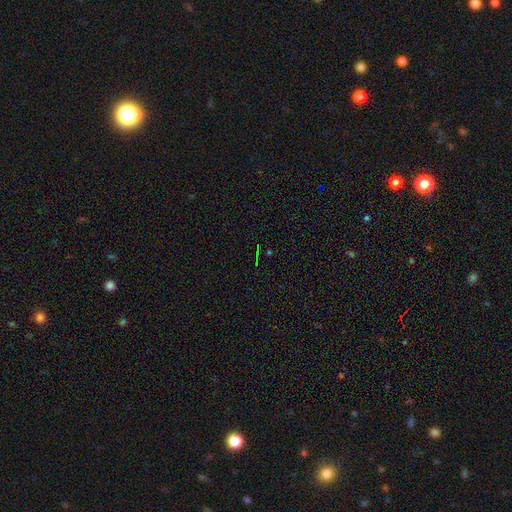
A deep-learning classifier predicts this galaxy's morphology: Q: Smooth or featured?
A: star or artifact (73%); runner-up: smooth (17%)